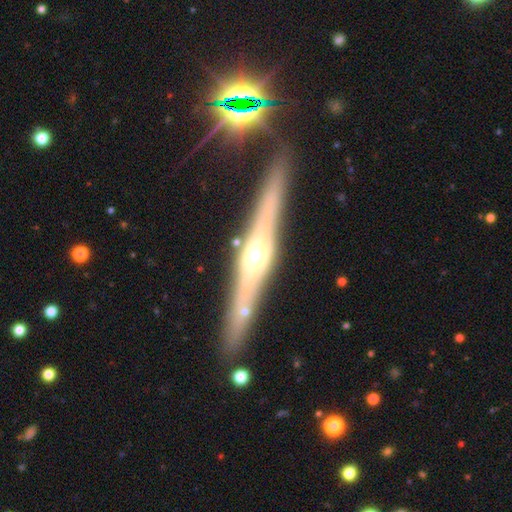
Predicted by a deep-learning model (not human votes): Overall: featured or disk (77%). Edge-on disk: yes (96%). Edge-on bulge: rounded (82%). Merging: none (86%).